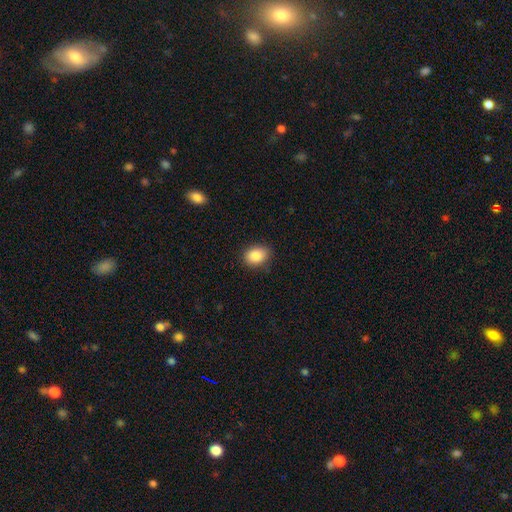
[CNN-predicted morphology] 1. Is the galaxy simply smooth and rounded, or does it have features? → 87% smooth, 8% star or artifact, 5% featured or disk.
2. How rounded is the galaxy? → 69% in between, 30% round, 1% cigar-shaped.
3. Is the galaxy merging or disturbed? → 85% none, 12% minor disturbance, 3% major disturbance, 1% merger.